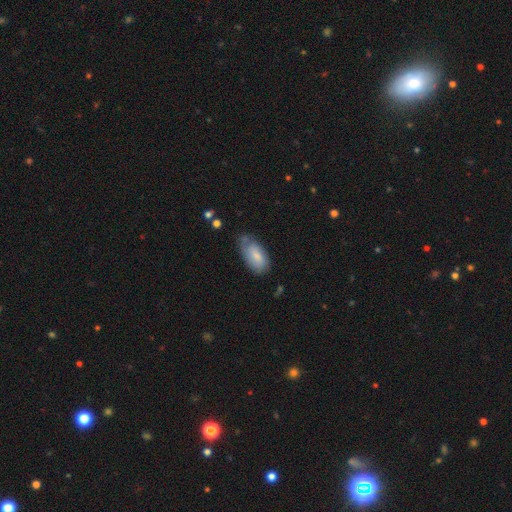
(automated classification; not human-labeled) Overall: smooth (74%). How rounded: in between (92%). Merging: none (52%; minor disturbance 35%).